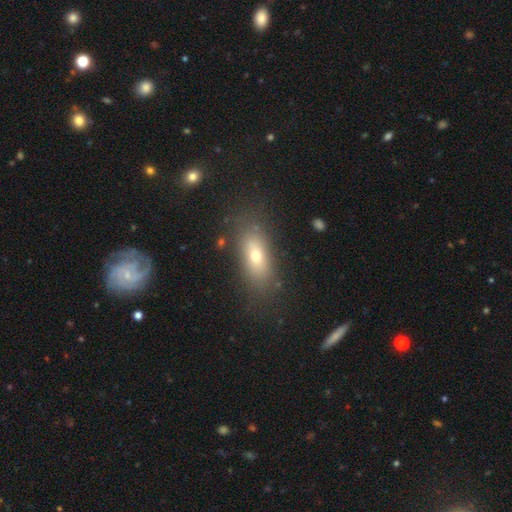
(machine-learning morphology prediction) Smooth or featured?
  - smooth: 67% *
  - featured or disk: 21%
  - star or artifact: 12%
How rounded?
  - in between: 77% *
  - cigar-shaped: 15%
  - round: 9%
Merging?
  - none: 76% *
  - minor disturbance: 14%
  - major disturbance: 7%
  - merger: 3%